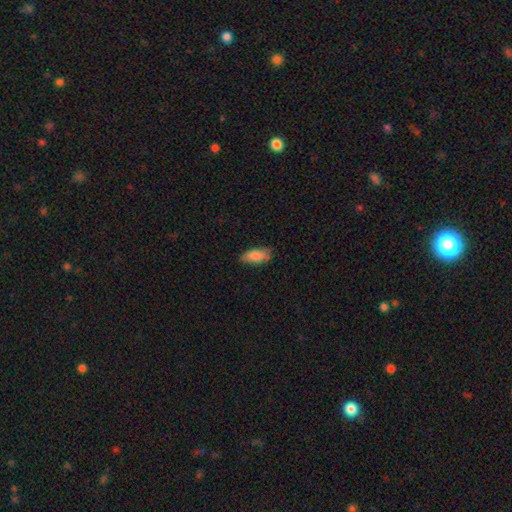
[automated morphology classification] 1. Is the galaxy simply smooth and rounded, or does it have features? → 86% smooth, 8% featured or disk, 6% star or artifact.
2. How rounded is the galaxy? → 86% in between, 12% cigar-shaped, 2% round.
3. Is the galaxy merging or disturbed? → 77% none, 19% minor disturbance, 4% major disturbance, 1% merger.